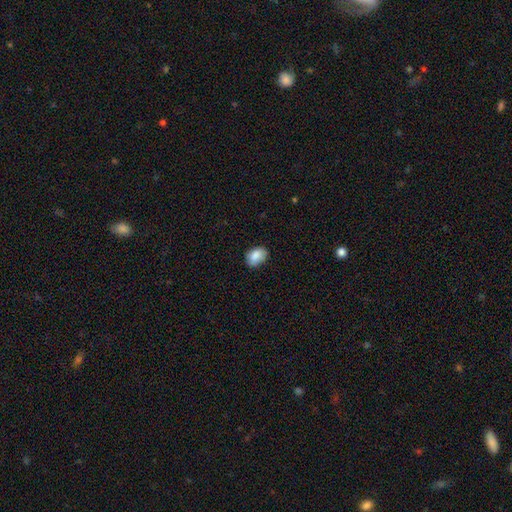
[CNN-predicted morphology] A smooth galaxy with no disk features (86%) that is in between round and cigar-shaped (81%).

Vote fractions:
- Smooth or featured? smooth: 86% / star or artifact: 7% / featured or disk: 7%
- How rounded? in between: 81% / round: 18% / cigar-shaped: 1%
- Merging? none: 75% / minor disturbance: 20% / major disturbance: 3% / merger: 1%